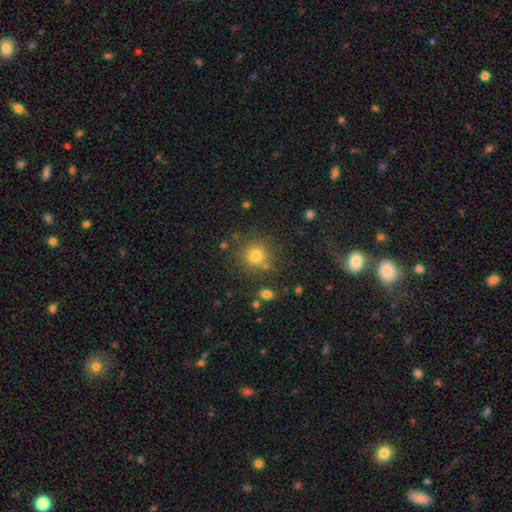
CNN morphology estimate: Q: Smooth or featured?
A: smooth (78%); runner-up: star or artifact (15%)
Q: How rounded?
A: round (91%); runner-up: in between (8%)
Q: Merging?
A: none (80%); runner-up: minor disturbance (9%)